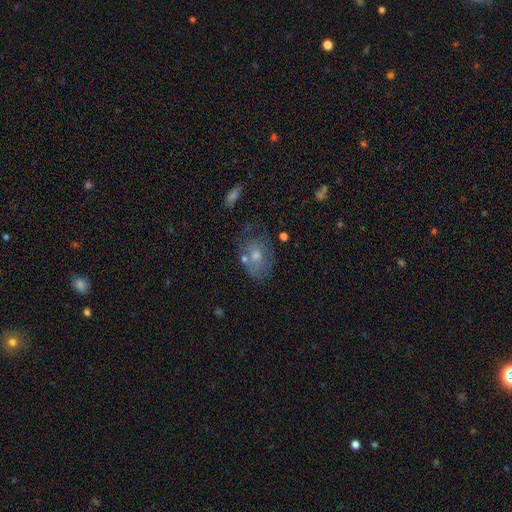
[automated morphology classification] type=smooth (44%); merging=none (58%).